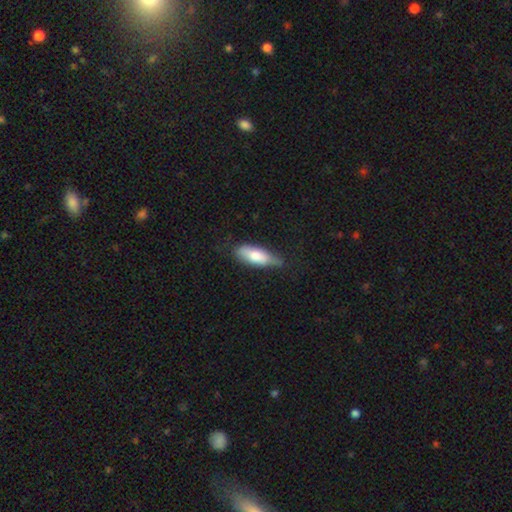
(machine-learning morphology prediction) Smooth or featured? smooth (71%)
How rounded? in between (65%)
Merging? none (61%)